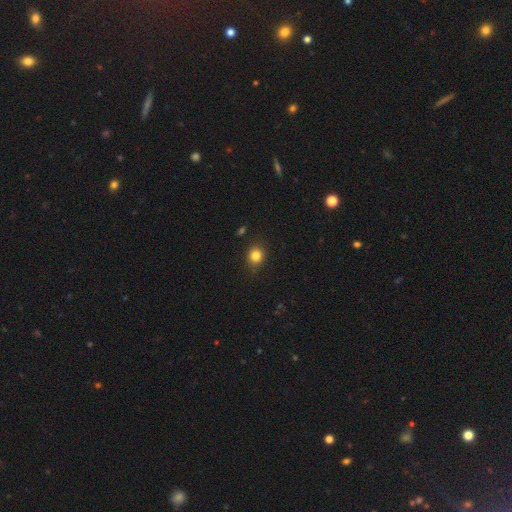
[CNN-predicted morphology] Q: Smooth or featured?
A: smooth (83%); runner-up: star or artifact (12%)
Q: How rounded?
A: round (78%); runner-up: in between (22%)
Q: Merging?
A: none (87%); runner-up: minor disturbance (9%)